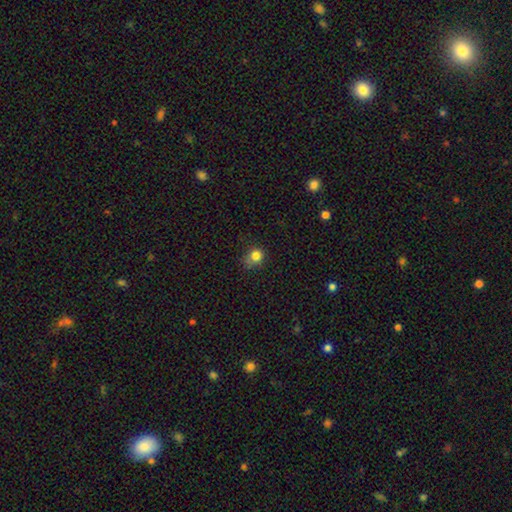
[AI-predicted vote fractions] Smooth or featured? Predicted: smooth (p=0.81). How rounded? Predicted: round (p=0.77). Merging? Predicted: none (p=0.59).